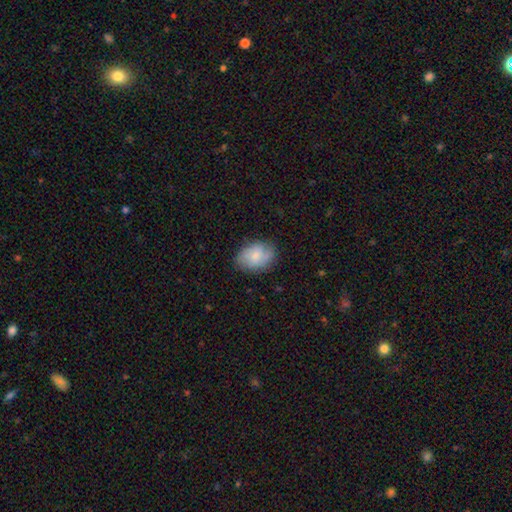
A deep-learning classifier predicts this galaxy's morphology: A smooth galaxy with no disk features (73%) that is in between round and cigar-shaped (81%).

Vote fractions:
- Smooth or featured? smooth: 73% / featured or disk: 21% / star or artifact: 7%
- How rounded? in between: 81% / round: 17% / cigar-shaped: 1%
- Merging? none: 76% / minor disturbance: 19% / major disturbance: 4% / merger: 1%